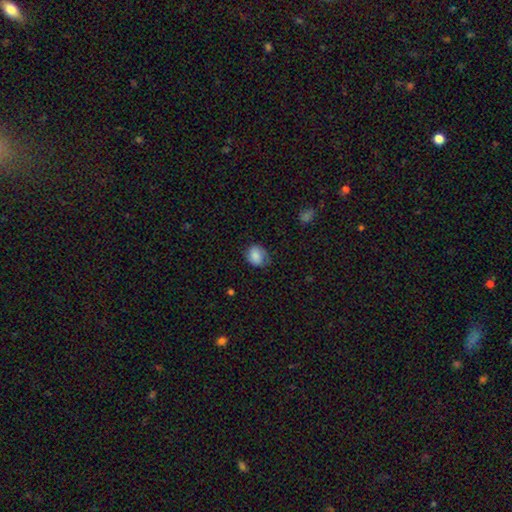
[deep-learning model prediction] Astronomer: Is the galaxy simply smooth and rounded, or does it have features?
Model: smooth — 82%.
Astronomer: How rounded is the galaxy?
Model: round — 57% (runner-up: in between, 42%).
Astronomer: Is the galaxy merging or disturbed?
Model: none — 62%.